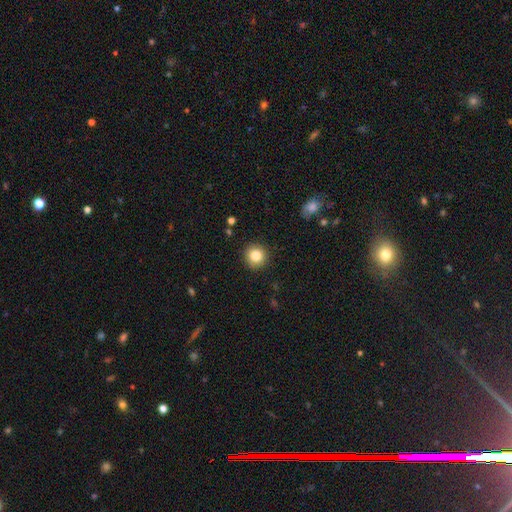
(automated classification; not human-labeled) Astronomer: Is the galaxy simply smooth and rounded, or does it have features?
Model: smooth — 83%.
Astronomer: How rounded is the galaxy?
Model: round — 94%.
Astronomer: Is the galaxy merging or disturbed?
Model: none — 91%.